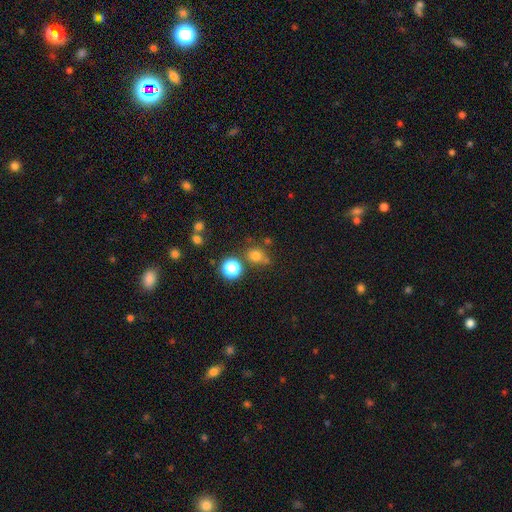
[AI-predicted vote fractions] This appears to be a smooth galaxy with no disk features (73%) that is round (70%). Merging: none (62%).